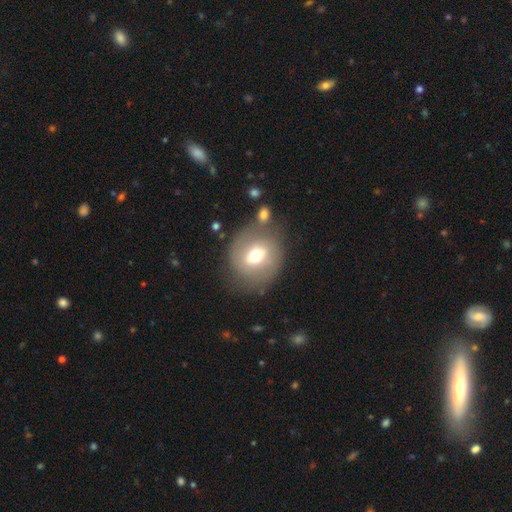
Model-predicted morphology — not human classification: This appears to be a smooth galaxy with no disk features (54%) that is round (74%). Merging: none (68%).